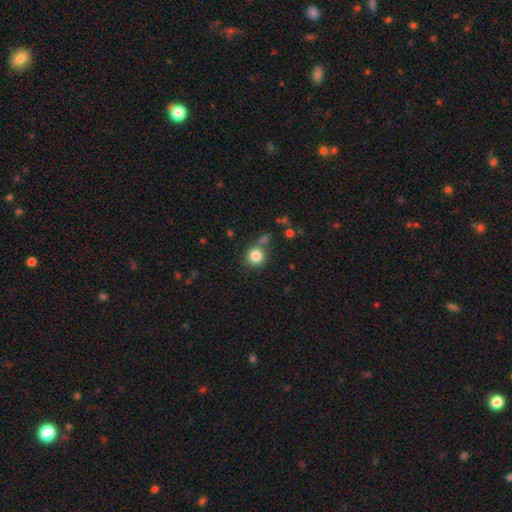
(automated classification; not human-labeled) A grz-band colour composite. It shows a smooth galaxy with no disk features (83%) that is round (91%). Merging: none (72%).